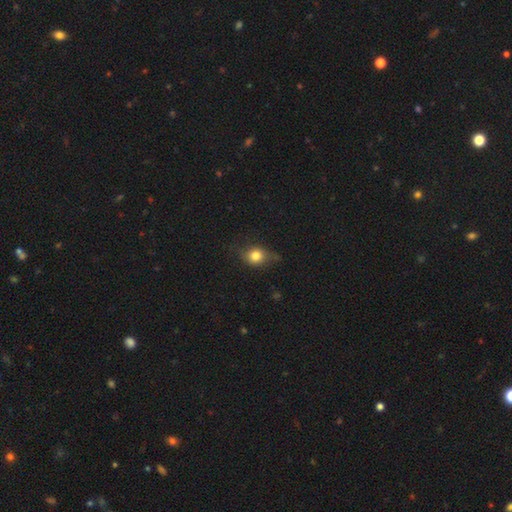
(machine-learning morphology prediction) The model was most divided on "how rounded": round: 60%, in between: 37%, cigar-shaped: 3%. More confident: smooth or featured — smooth (75%); merging — none (60%).